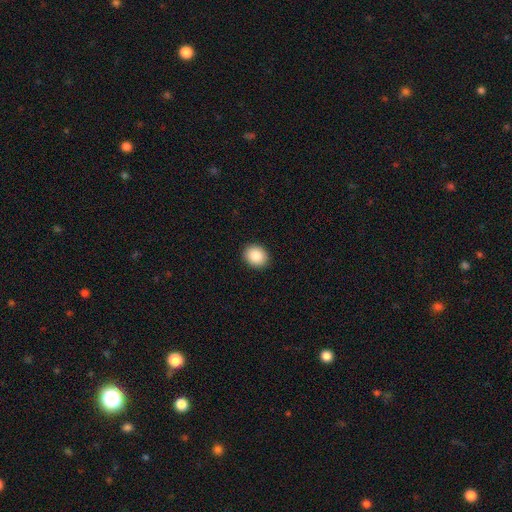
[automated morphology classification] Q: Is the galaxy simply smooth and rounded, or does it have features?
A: smooth — 86%.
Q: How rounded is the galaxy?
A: round — 66%.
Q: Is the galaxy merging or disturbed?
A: none — 92%.